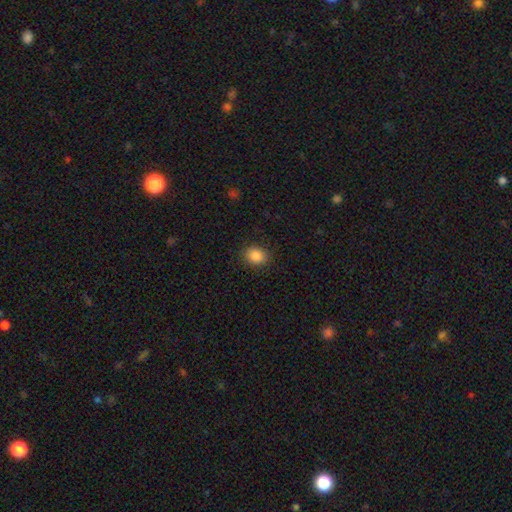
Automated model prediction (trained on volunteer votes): smooth-or-featured: smooth: 87% | star or artifact: 9% | featured or disk: 3%
  how-rounded: in between: 50% | round: 49% | cigar-shaped: 1%
  merging: none: 88% | minor disturbance: 9% | major disturbance: 3% | merger: 1%